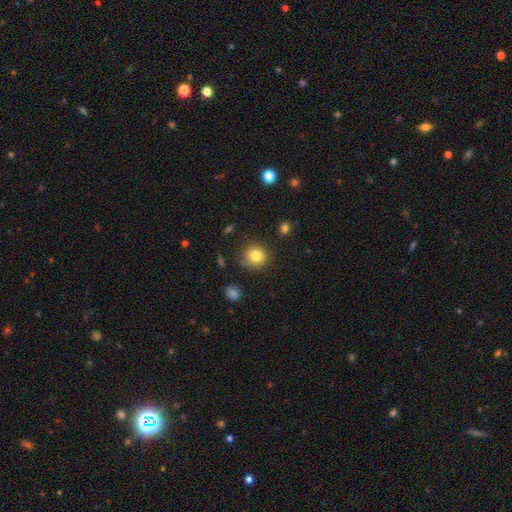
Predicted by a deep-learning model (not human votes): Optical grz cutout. It shows a smooth galaxy with no disk features (80%) that is round (88%). Merging: none (79%).